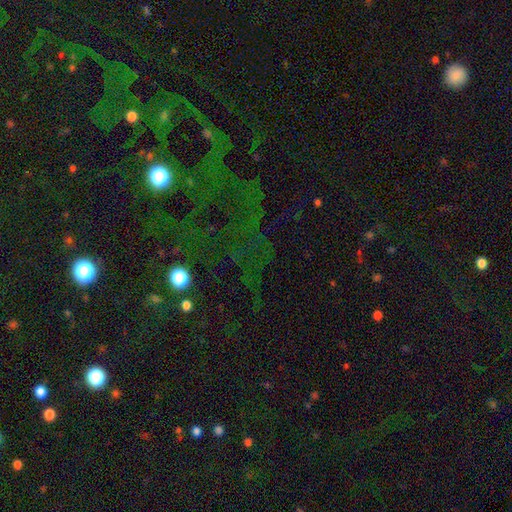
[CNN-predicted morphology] This is likely a star or artifact rather than a galaxy (77%).